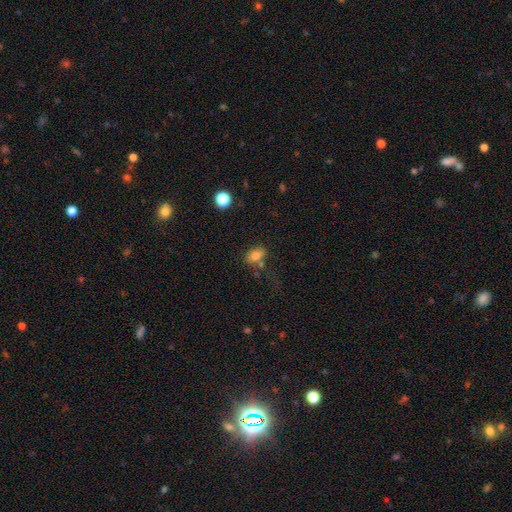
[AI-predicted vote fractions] Smooth or featured? Predicted: smooth (p=0.77). How rounded? Predicted: in between (p=0.83). Merging? Predicted: none (p=0.63).